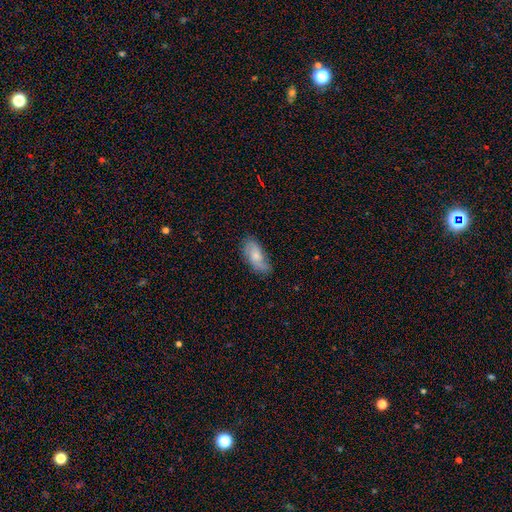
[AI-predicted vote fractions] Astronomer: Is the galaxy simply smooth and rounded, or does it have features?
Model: smooth — 59%.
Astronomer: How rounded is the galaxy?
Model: in between — 89%.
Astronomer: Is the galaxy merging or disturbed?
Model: none — 62%.